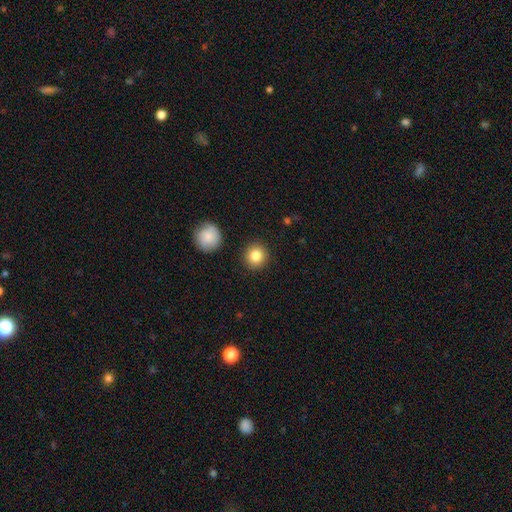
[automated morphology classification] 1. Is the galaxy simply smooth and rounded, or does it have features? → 84% smooth, 9% star or artifact, 7% featured or disk.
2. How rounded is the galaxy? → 91% round, 8% in between, 1% cigar-shaped.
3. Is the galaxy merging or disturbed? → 90% none, 6% minor disturbance, 2% merger, 2% major disturbance.